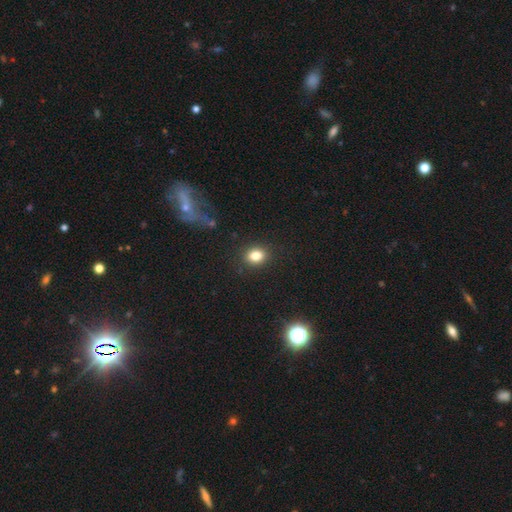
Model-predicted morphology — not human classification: Smooth or featured?
  - smooth: 82% *
  - star or artifact: 11%
  - featured or disk: 6%
How rounded?
  - round: 54% *
  - in between: 45%
  - cigar-shaped: 1%
Merging?
  - none: 87% *
  - minor disturbance: 8%
  - major disturbance: 3%
  - merger: 1%